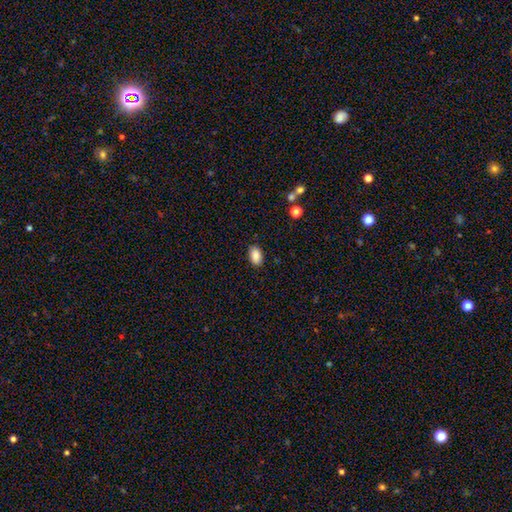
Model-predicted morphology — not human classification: Q: Smooth or featured?
A: smooth (88%); runner-up: star or artifact (8%)
Q: How rounded?
A: in between (90%); runner-up: round (8%)
Q: Merging?
A: none (86%); runner-up: minor disturbance (10%)